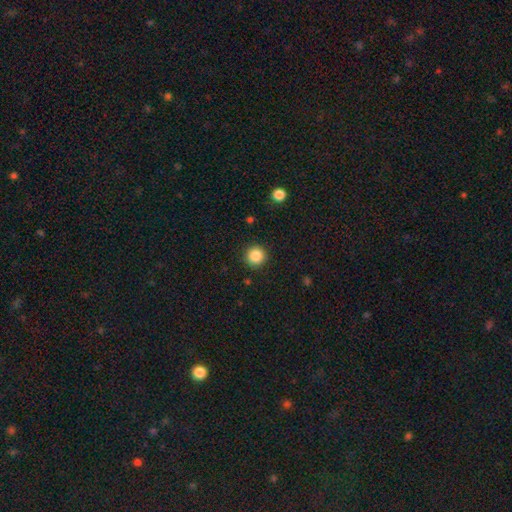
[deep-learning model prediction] Morphology: type=smooth (86%); roundness=round (96%); merging=none (92%).